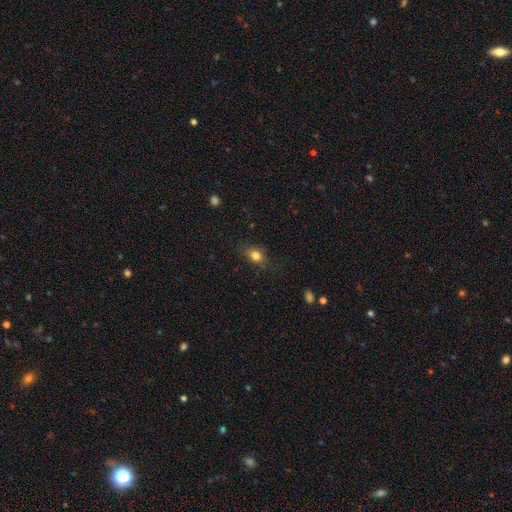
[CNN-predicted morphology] Smooth or featured? smooth (81%)
How rounded? in between (68%)
Merging? none (80%)